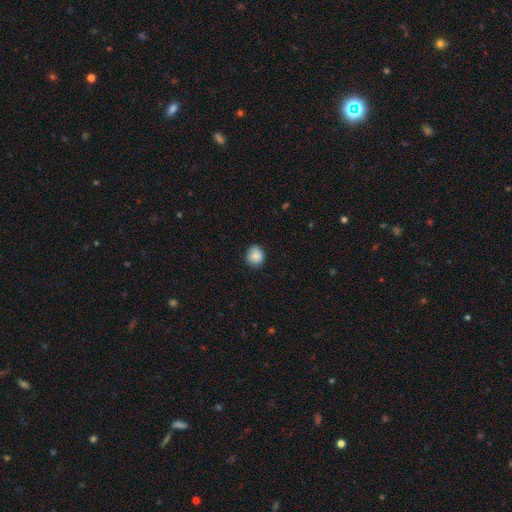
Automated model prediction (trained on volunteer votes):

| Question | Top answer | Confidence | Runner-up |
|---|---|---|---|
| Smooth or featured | smooth | 86% | star or artifact (8%) |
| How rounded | round | 84% | in between (15%) |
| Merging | none | 81% | minor disturbance (15%) |